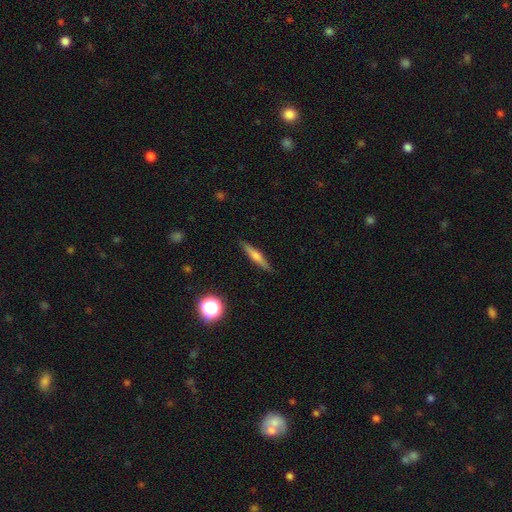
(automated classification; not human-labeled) The model was most divided on "smooth or featured": smooth: 50%, featured or disk: 42%, star or artifact: 8%. More confident: how rounded — cigar-shaped (88%); merging — none (87%).